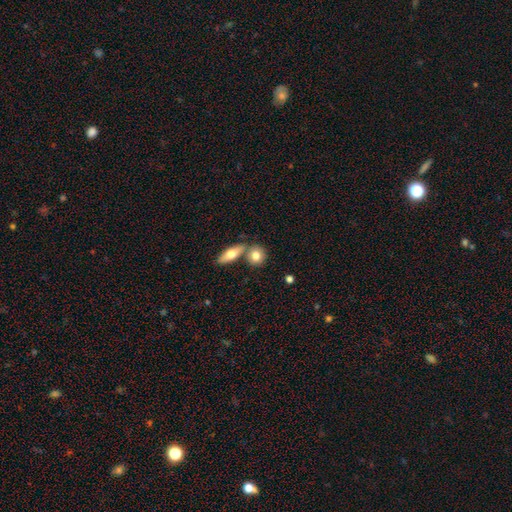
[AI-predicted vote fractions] smooth 78%, featured or disk 16%, star or artifact 6%. Down the decision tree: how rounded — round (57%); merging — none (56%).